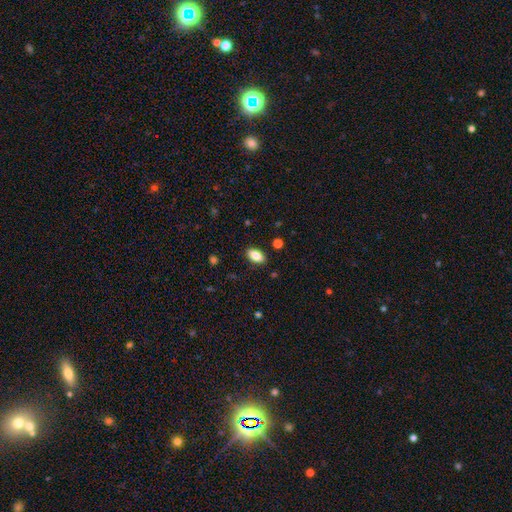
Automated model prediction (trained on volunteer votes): Smooth or featured? smooth (84%)
How rounded? in between (91%)
Merging? none (88%)